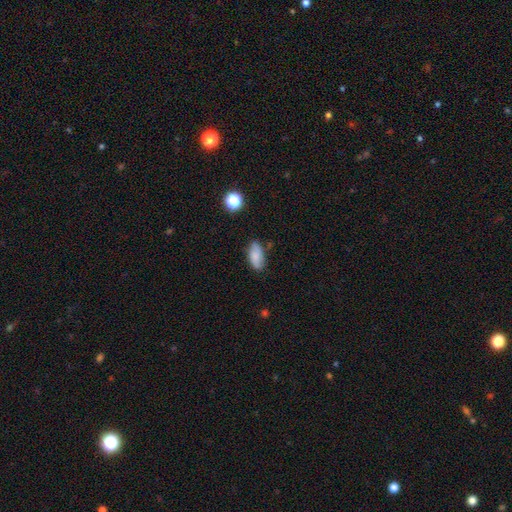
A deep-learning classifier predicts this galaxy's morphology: Smooth or featured?
  - smooth: 78% *
  - featured or disk: 13%
  - star or artifact: 9%
How rounded?
  - in between: 89% *
  - cigar-shaped: 8%
  - round: 4%
Merging?
  - none: 70% *
  - minor disturbance: 23%
  - major disturbance: 5%
  - merger: 3%